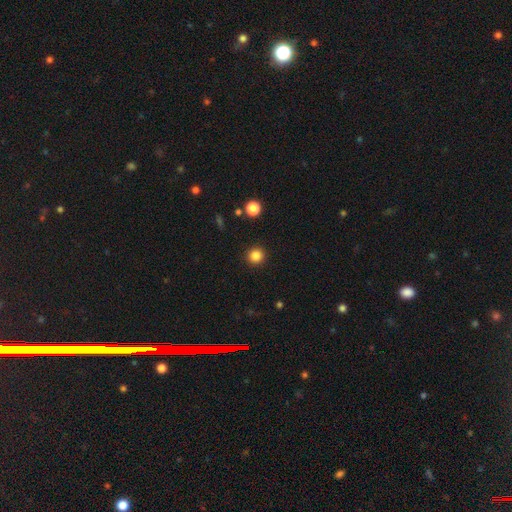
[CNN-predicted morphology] A smooth galaxy with no disk features (85%) that is round (95%).

Vote fractions:
- Smooth or featured? smooth: 85% / star or artifact: 11% / featured or disk: 4%
- How rounded? round: 95% / in between: 4% / cigar-shaped: 1%
- Merging? none: 92% / minor disturbance: 5% / major disturbance: 2% / merger: 1%